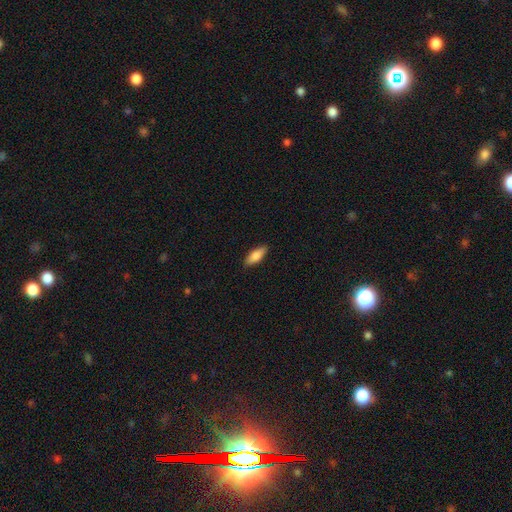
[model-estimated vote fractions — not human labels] This appears to be a smooth galaxy with no disk features (82%) that is in between round and cigar-shaped (69%). Merging: none (88%).